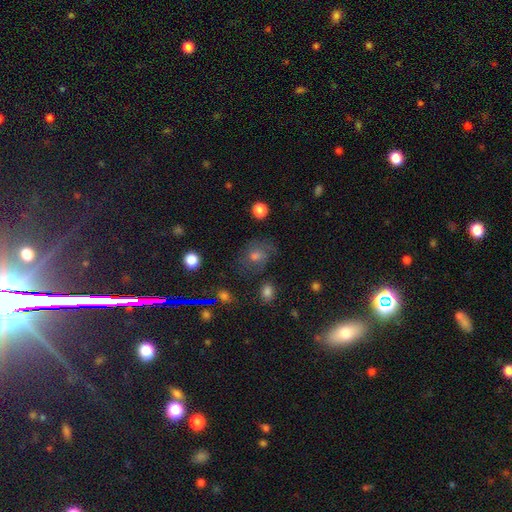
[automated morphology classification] Smooth or featured? Predicted: smooth (p=0.39). Merging? Predicted: none (p=0.63).